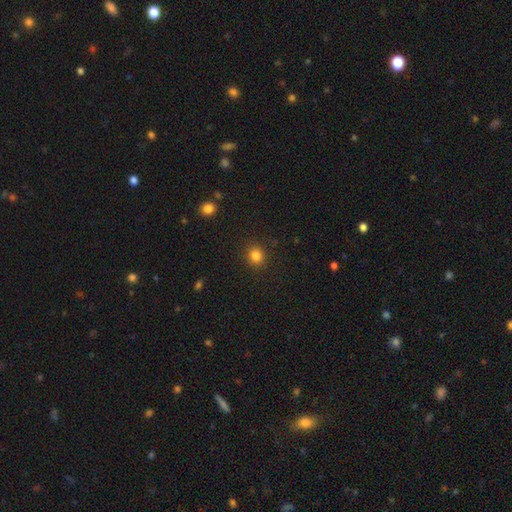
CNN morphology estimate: smooth 83%, star or artifact 12%, featured or disk 5%. Down the decision tree: how rounded — round (80%); merging — none (89%).